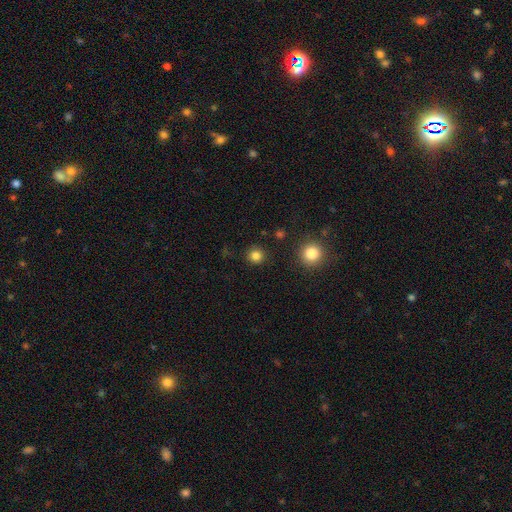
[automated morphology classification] Smooth or featured? smooth (82%)
How rounded? round (94%)
Merging? none (90%)